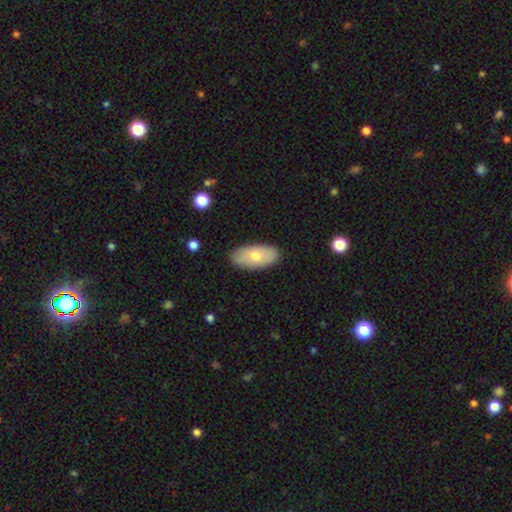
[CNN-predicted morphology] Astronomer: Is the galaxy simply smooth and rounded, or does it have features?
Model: smooth — 65%.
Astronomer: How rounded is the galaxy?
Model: in between — 92%.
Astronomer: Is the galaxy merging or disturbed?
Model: none — 87%.